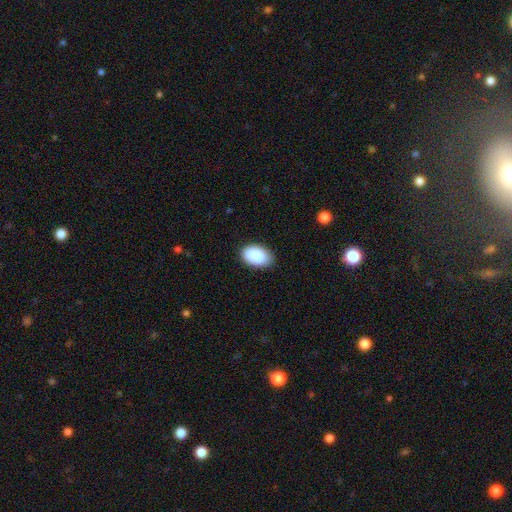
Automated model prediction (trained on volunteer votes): This is clearly a smooth galaxy (90%). How rounded: clearly in between (92%). Merging: clearly none (85%).